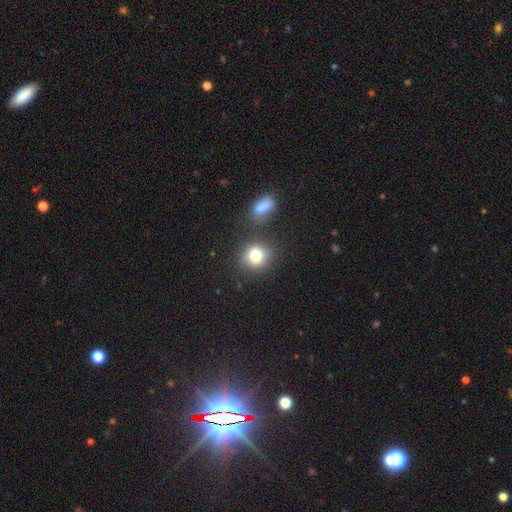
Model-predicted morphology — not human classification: smooth 79%, star or artifact 12%, featured or disk 9%. Down the decision tree: how rounded — round (77%); merging — none (77%).